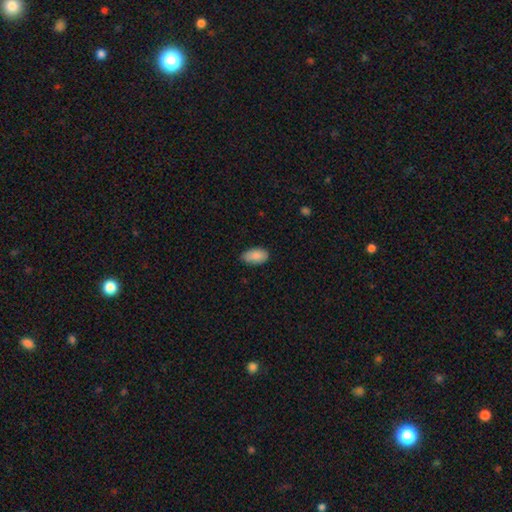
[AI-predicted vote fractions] Smooth or featured? Predicted: smooth (p=0.88). How rounded? Predicted: in between (p=0.94). Merging? Predicted: none (p=0.73).